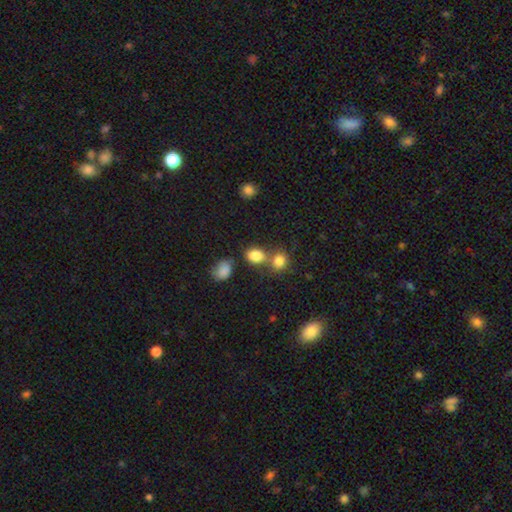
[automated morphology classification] A smooth galaxy with no disk features (82%) that is in between round and cigar-shaped (56%).

Vote fractions:
- Smooth or featured? smooth: 82% / star or artifact: 12% / featured or disk: 6%
- How rounded? in between: 56% / round: 43% / cigar-shaped: 1%
- Merging? none: 49% / merger: 35% / minor disturbance: 11% / major disturbance: 4%